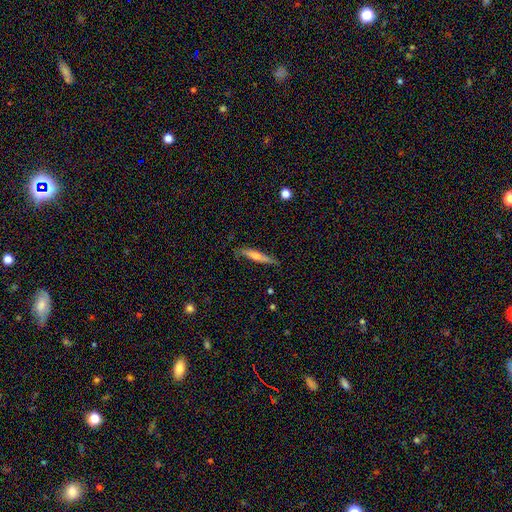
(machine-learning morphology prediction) This is possibly a smooth galaxy (47%). Merging: likely none (79%).